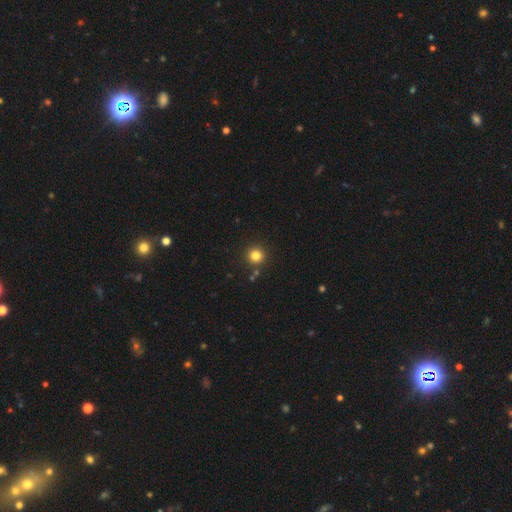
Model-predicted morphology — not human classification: smooth 81%, star or artifact 13%, featured or disk 5%. Down the decision tree: how rounded — round (95%); merging — none (87%).